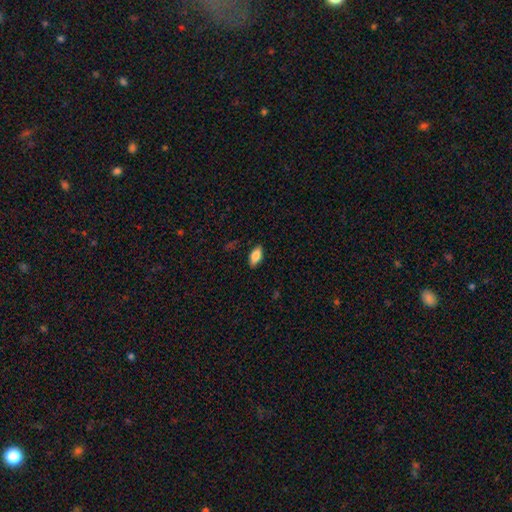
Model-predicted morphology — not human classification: This appears to be a smooth galaxy with no disk features (81%) that is in between round and cigar-shaped (88%). Merging: none (87%).